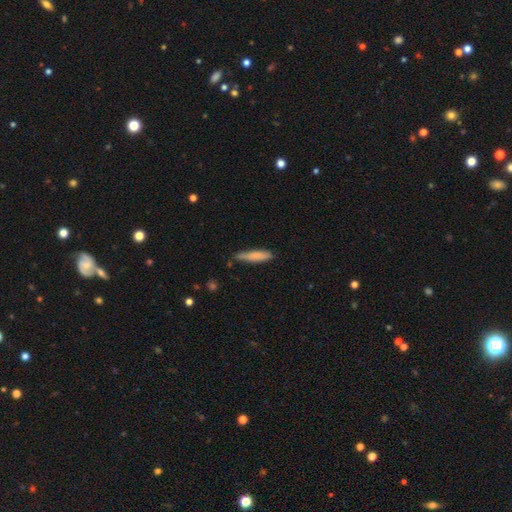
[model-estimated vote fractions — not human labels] A smooth galaxy with no disk features (78%) that is cigar-shaped (85%). Merging: none (68%).